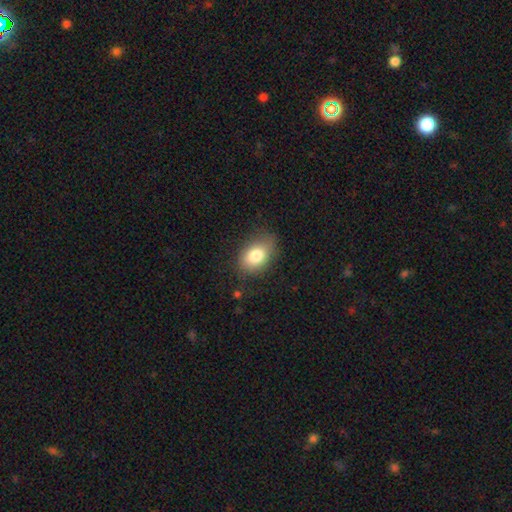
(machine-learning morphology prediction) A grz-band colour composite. It shows a smooth galaxy with no disk features (82%) that is in between round and cigar-shaped (83%). Merging: none (72%).